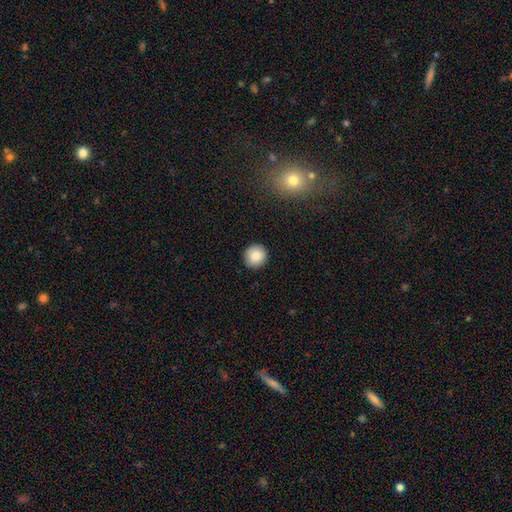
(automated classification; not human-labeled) This appears to be a smooth galaxy with no disk features (85%) that is round (94%). Merging: none (92%).